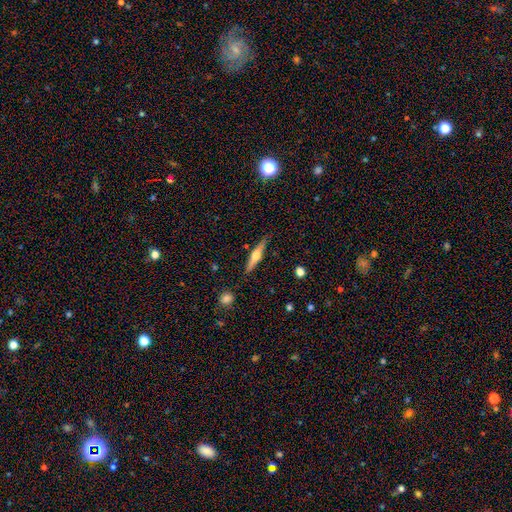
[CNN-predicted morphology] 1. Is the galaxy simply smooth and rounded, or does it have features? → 60% featured or disk, 34% smooth, 6% star or artifact.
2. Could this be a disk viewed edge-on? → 96% yes, 4% no.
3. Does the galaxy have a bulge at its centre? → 93% rounded, 4% boxy, 4% none.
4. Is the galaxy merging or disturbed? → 87% none, 10% minor disturbance, 2% major disturbance, 2% merger.